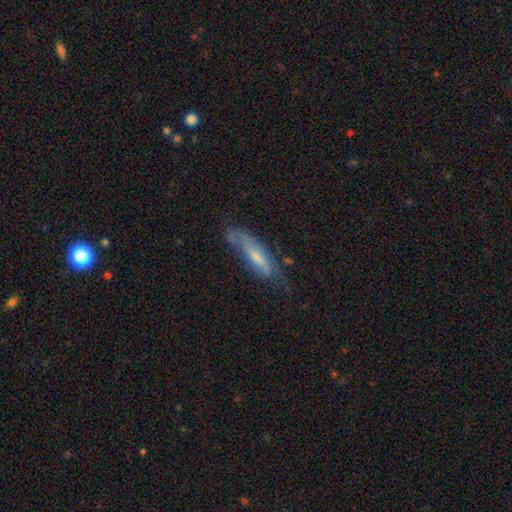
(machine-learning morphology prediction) This appears to be a featured or disk galaxy (48%). Merging: none (51%).